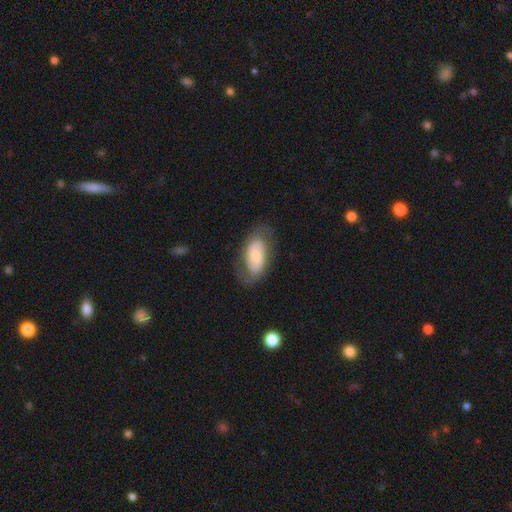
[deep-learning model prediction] The model was most divided on "smooth or featured": smooth: 49%, featured or disk: 45%, star or artifact: 6%. More confident: merging — none (68%).